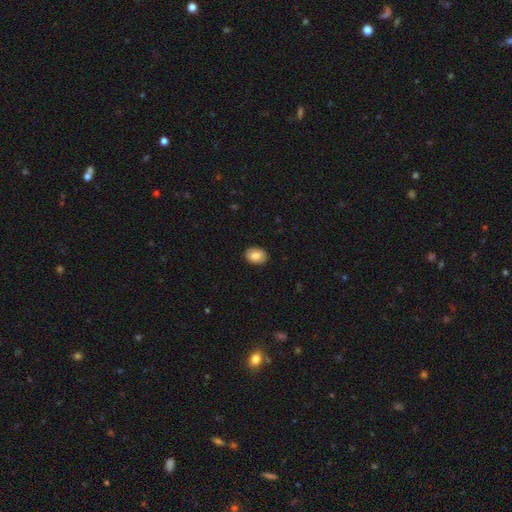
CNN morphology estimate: Smooth or featured: smooth — 83% (featured or disk — 10%)
How rounded: in between — 70% (round — 29%)
Merging: none — 89% (minor disturbance — 8%)